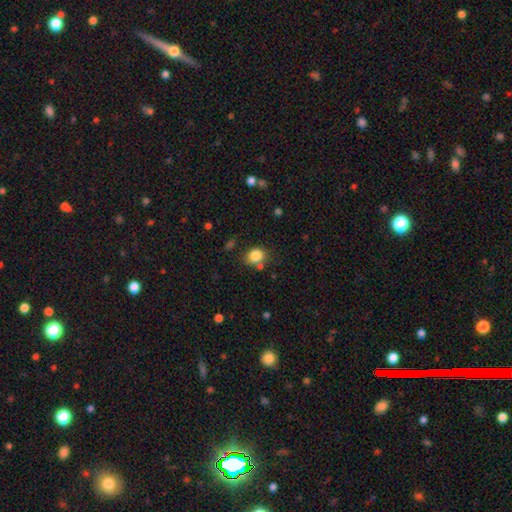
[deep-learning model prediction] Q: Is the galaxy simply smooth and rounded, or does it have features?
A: smooth — 84%.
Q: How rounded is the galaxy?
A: round — 54%.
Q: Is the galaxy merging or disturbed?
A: none — 71%.